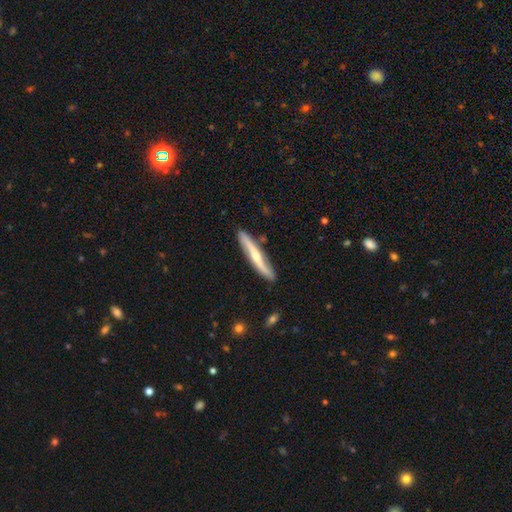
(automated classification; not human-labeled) Smooth or featured? featured or disk (66%)
Edge-on disk? yes (82%)
Edge-on bulge? rounded (79%)
Merging? none (84%)